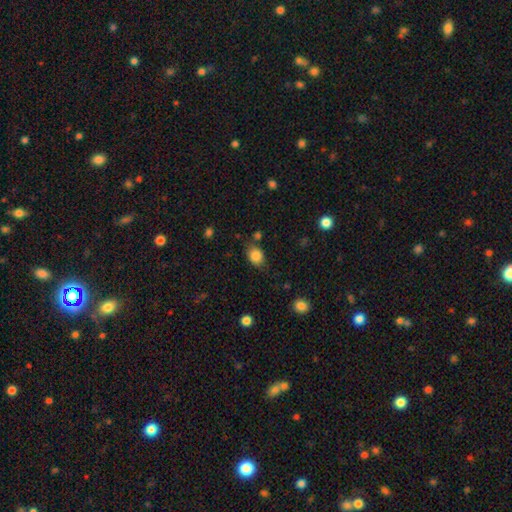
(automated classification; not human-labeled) Smooth or featured?
  - smooth: 85% *
  - star or artifact: 9%
  - featured or disk: 5%
How rounded?
  - in between: 55% *
  - round: 44%
  - cigar-shaped: 1%
Merging?
  - none: 71% *
  - minor disturbance: 18%
  - merger: 6%
  - major disturbance: 5%